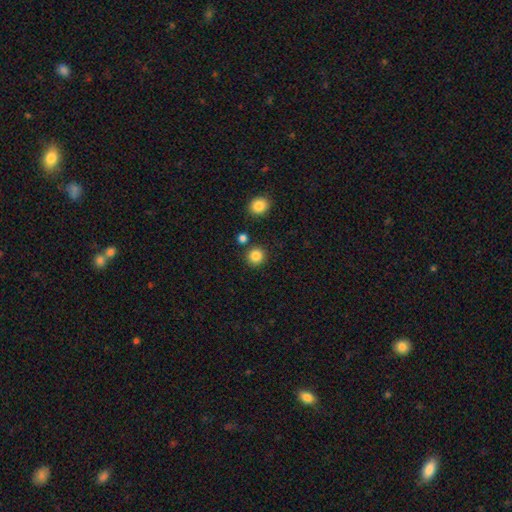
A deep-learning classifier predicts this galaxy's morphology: smooth 85%, star or artifact 11%, featured or disk 4%. Down the decision tree: how rounded — round (92%); merging — none (86%).